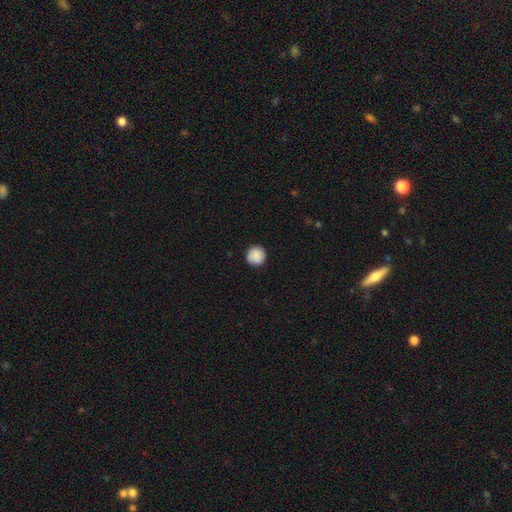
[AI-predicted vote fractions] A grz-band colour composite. It shows a smooth galaxy with no disk features (87%) that is round (94%). Merging: none (90%).